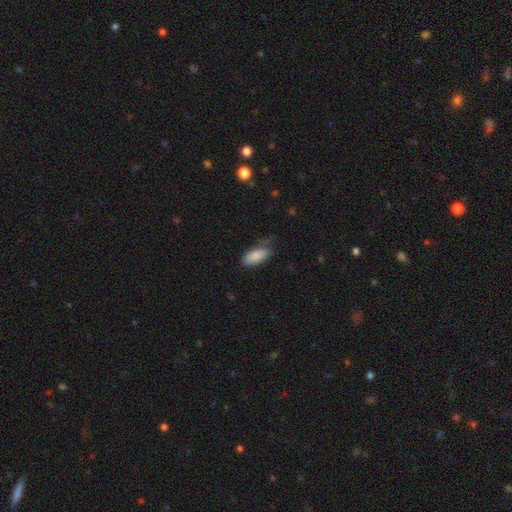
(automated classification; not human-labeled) smooth 87%, star or artifact 7%, featured or disk 7%. Down the decision tree: how rounded — in between (88%); merging — none (63%).